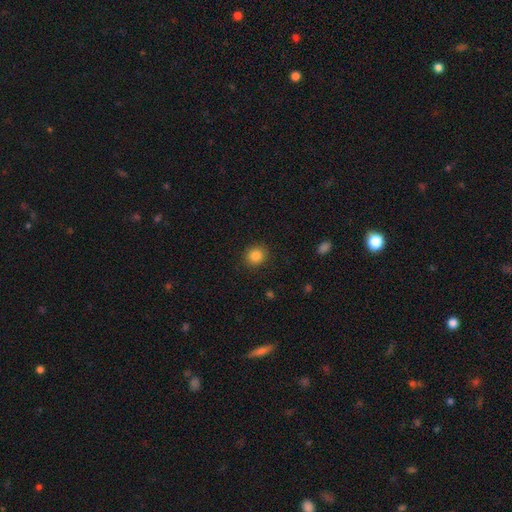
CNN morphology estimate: This appears to be a smooth galaxy with no disk features (85%) that is round (82%). Merging: none (90%).